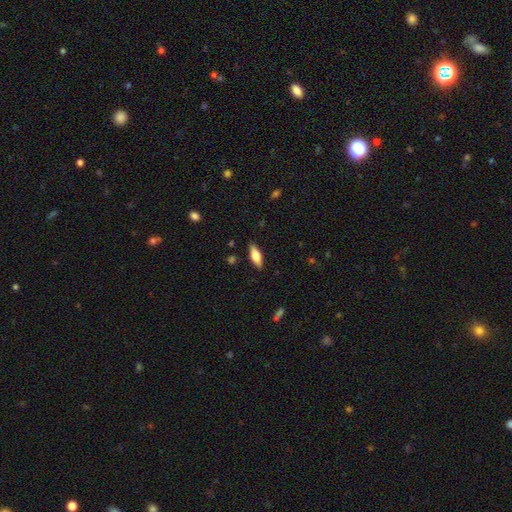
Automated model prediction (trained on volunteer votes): smooth-or-featured: smooth: 61% | featured or disk: 33% | star or artifact: 6%
  how-rounded: in between: 67% | cigar-shaped: 31% | round: 2%
  merging: none: 87% | minor disturbance: 10% | major disturbance: 2% | merger: 1%